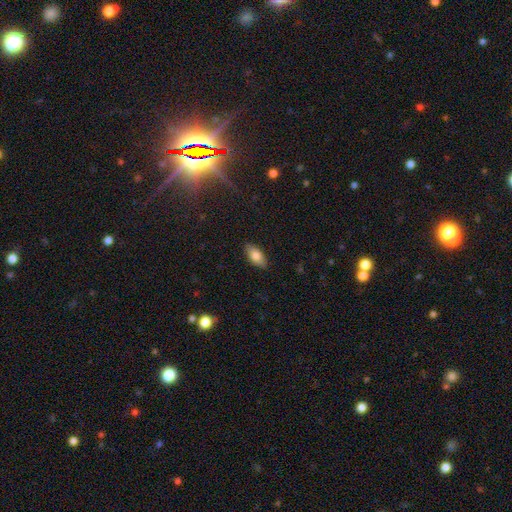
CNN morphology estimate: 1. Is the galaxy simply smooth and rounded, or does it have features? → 80% smooth, 13% featured or disk, 7% star or artifact.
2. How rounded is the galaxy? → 90% in between, 7% cigar-shaped, 3% round.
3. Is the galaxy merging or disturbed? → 88% none, 9% minor disturbance, 2% major disturbance, 1% merger.